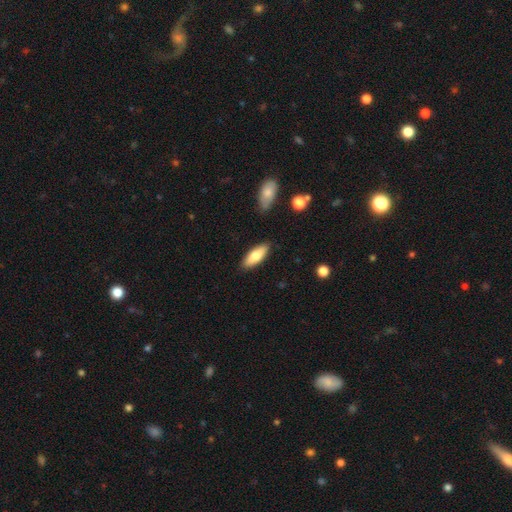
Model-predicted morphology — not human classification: type=smooth (75%); roundness=in between (69%); merging=none (87%).